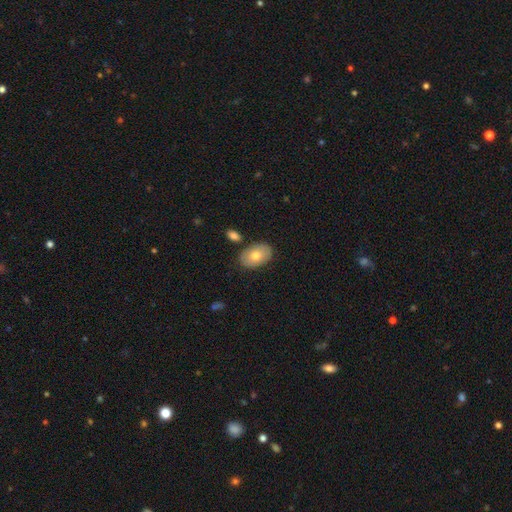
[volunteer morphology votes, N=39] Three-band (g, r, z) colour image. It shows a smooth galaxy with no disk features (79%) that is in between round and cigar-shaped (90%). Merging: none (86%).